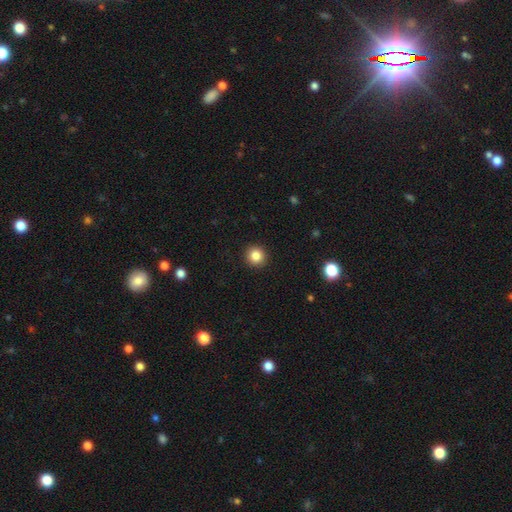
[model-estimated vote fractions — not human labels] Smooth or featured: smooth — 85% (star or artifact — 10%)
How rounded: round — 94% (in between — 6%)
Merging: none — 93% (minor disturbance — 5%)